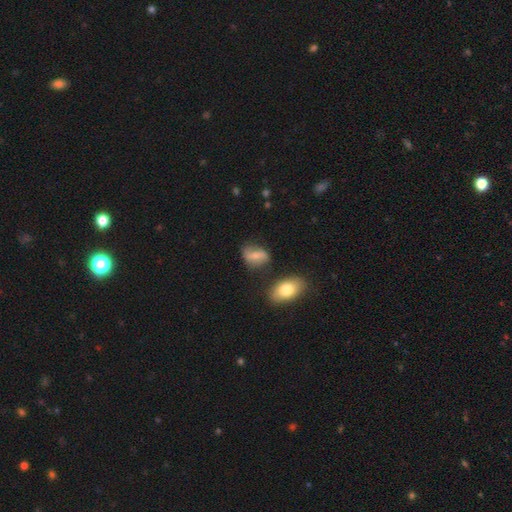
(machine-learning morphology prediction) The model was most divided on "smooth or featured": smooth: 55%, featured or disk: 36%, star or artifact: 9%. More confident: how rounded — in between (75%); merging — none (61%).